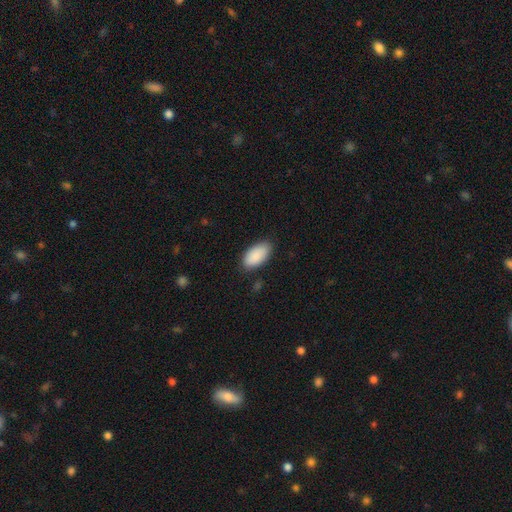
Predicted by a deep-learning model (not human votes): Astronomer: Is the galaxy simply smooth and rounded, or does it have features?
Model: smooth — 90%.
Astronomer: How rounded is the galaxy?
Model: in between — 95%.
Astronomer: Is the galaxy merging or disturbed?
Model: none — 82%.